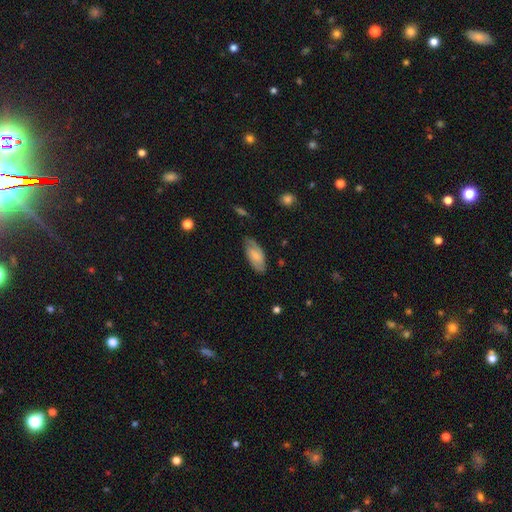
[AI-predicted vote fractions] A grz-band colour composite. It shows a smooth galaxy with no disk features (57%) that is in between round and cigar-shaped (89%). Merging: none (76%).